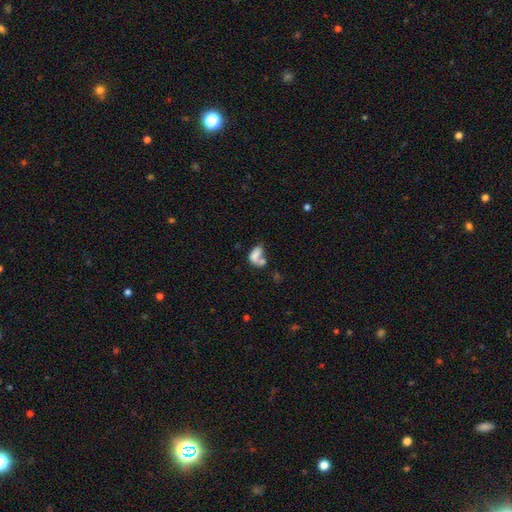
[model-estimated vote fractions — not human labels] Morphology: type=smooth (70%); roundness=in between (87%); merging=merger (54%).